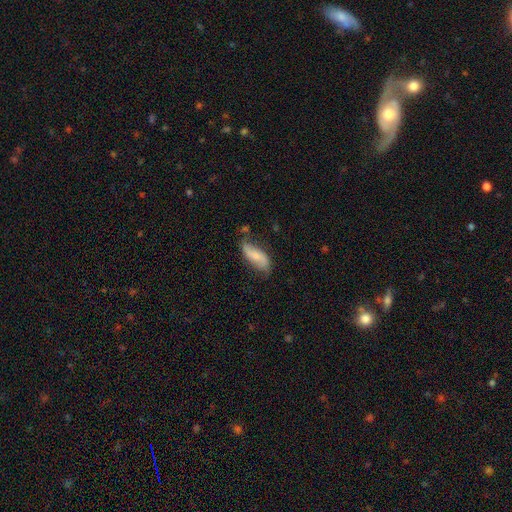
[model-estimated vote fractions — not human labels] smooth 52%, featured or disk 41%, star or artifact 7%. Down the decision tree: how rounded — in between (73%); merging — none (54%).